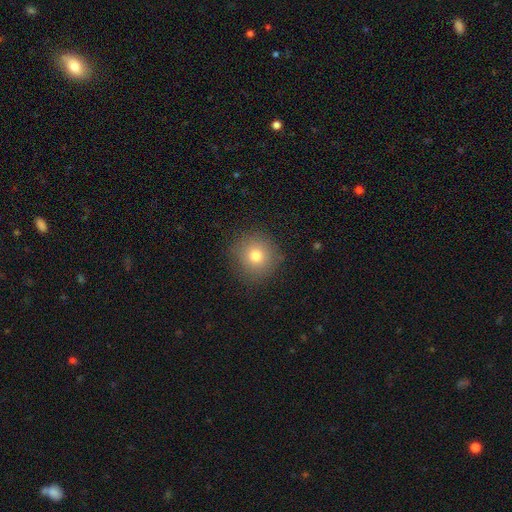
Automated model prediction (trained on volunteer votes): smooth-or-featured: smooth: 77% | star or artifact: 12% | featured or disk: 10%
  how-rounded: round: 93% | in between: 6% | cigar-shaped: 1%
  merging: none: 87% | minor disturbance: 9% | major disturbance: 3% | merger: 1%